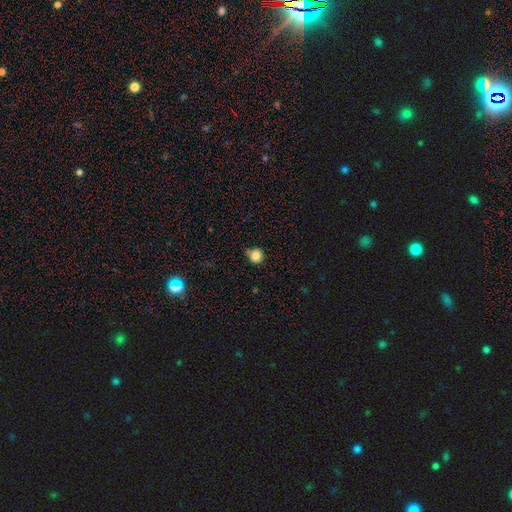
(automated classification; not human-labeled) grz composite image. It shows a smooth galaxy with no disk features (83%) that is round (89%). Merging: none (73%).